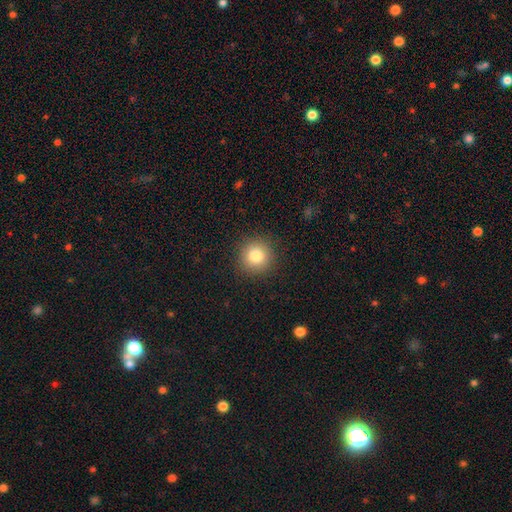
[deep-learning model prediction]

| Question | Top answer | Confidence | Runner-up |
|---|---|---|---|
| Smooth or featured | smooth | 82% | star or artifact (11%) |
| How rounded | round | 94% | in between (5%) |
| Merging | none | 90% | minor disturbance (6%) |